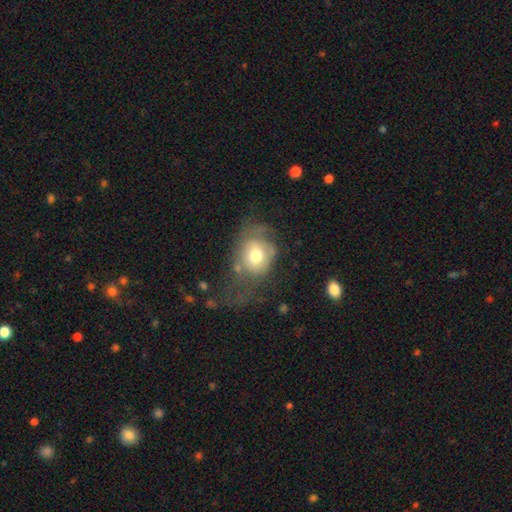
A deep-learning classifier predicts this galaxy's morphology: smooth-or-featured: smooth: 64% | featured or disk: 27% | star or artifact: 10%
  how-rounded: round: 56% | in between: 43% | cigar-shaped: 1%
  merging: major disturbance: 42% | none: 30% | minor disturbance: 23% | merger: 4%